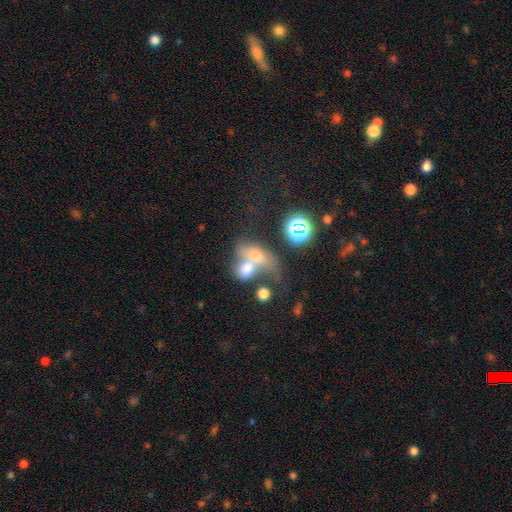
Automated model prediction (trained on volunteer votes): Smooth or featured: smooth — 58% (featured or disk — 26%)
How rounded: in between — 67% (round — 29%)
Merging: merger — 68% (none — 15%)